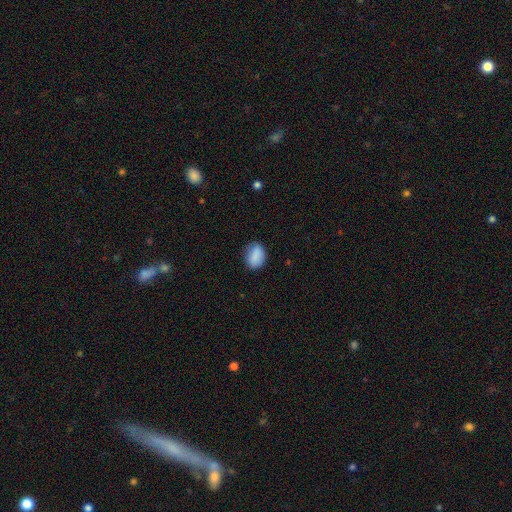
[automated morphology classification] smooth-or-featured: smooth: 87% | star or artifact: 8% | featured or disk: 5%
  how-rounded: in between: 69% | round: 30% | cigar-shaped: 1%
  merging: none: 78% | minor disturbance: 17% | major disturbance: 4% | merger: 1%